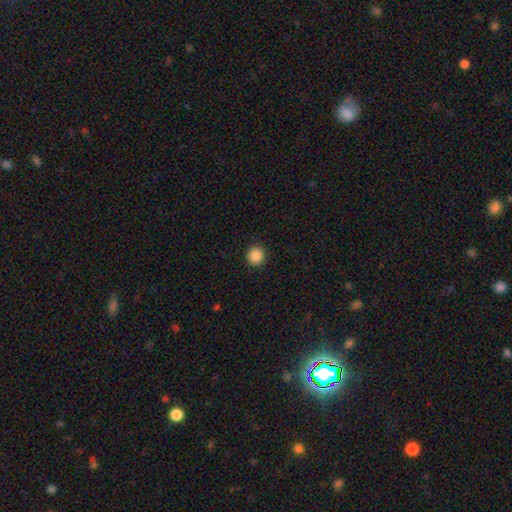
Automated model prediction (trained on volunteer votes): smooth-or-featured: smooth: 87% | star or artifact: 10% | featured or disk: 3%
  how-rounded: round: 92% | in between: 7% | cigar-shaped: 1%
  merging: none: 92% | minor disturbance: 5% | major disturbance: 2% | merger: 1%